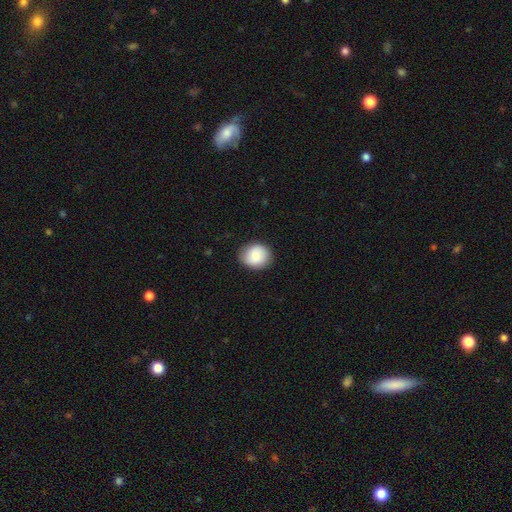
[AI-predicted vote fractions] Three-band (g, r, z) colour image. It shows a smooth galaxy with no disk features (84%) that is round (71%). Merging: none (85%).